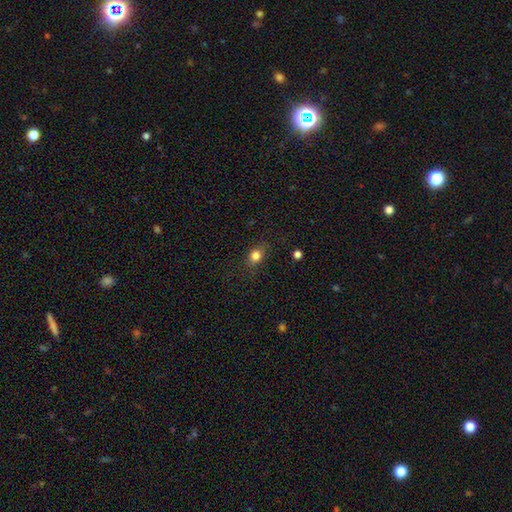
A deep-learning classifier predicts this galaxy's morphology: Smooth or featured: smooth — 82% (star or artifact — 11%)
How rounded: in between — 52% (round — 46%)
Merging: none — 79% (minor disturbance — 15%)